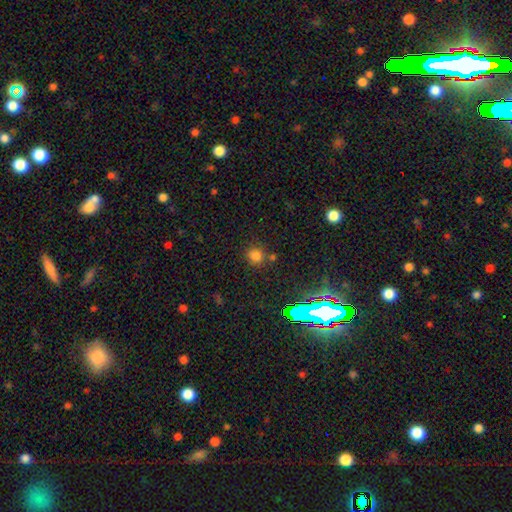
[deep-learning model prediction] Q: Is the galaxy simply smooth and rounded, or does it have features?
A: smooth — 72%.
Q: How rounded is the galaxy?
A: round — 83%.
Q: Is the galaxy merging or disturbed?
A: none — 75%.